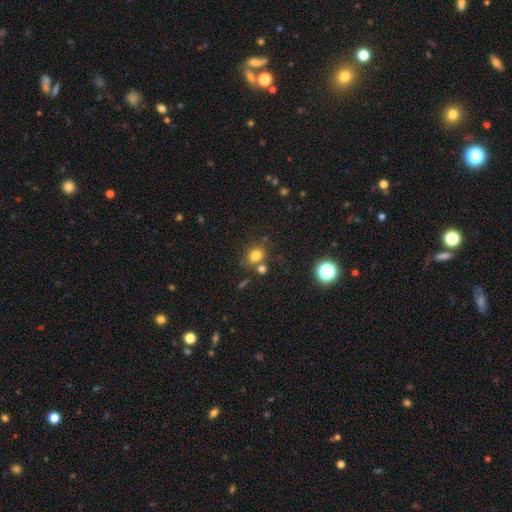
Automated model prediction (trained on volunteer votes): smooth_or_featured: smooth (p=0.78) [alt: star or artifact p=0.14]
how_rounded: round (p=0.60) [alt: in between p=0.38]
merging: none (p=0.64) [alt: merger p=0.18]